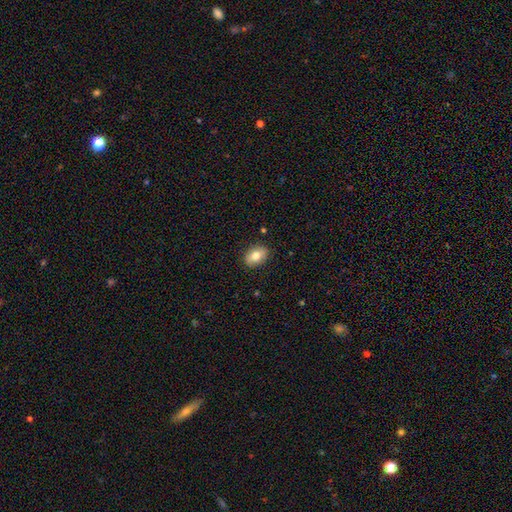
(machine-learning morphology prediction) The model was most divided on "smooth or featured": smooth: 78%, featured or disk: 14%, star or artifact: 8%. More confident: merging — none (87%); how rounded — in between (82%).